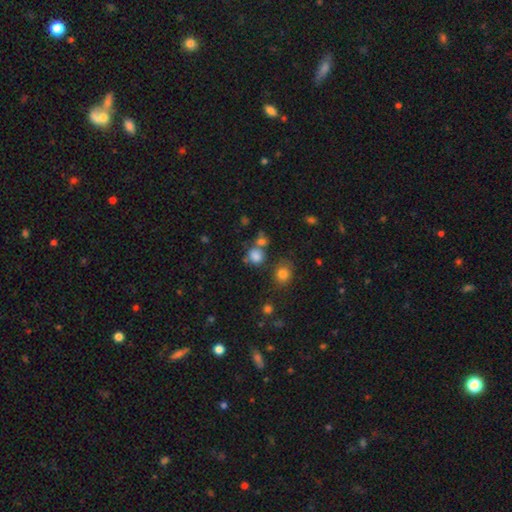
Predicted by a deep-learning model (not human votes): Q: Smooth or featured?
A: smooth (79%); runner-up: star or artifact (14%)
Q: How rounded?
A: round (80%); runner-up: in between (19%)
Q: Merging?
A: none (59%); runner-up: merger (22%)